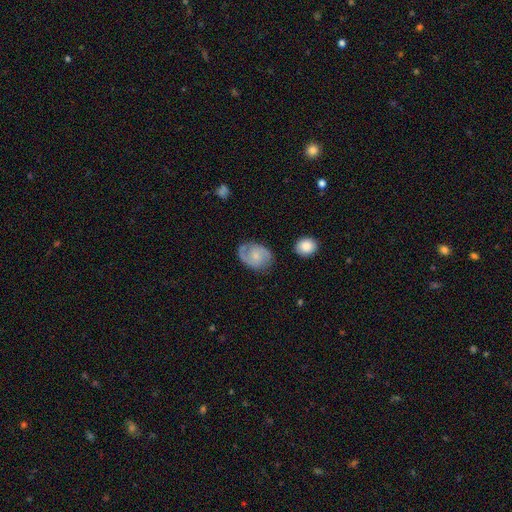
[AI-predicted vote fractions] featured or disk 69%, smooth 24%, star or artifact 6%. Down the decision tree: edge-on disk — no (97%); bar — no (59%); spiral arms — yes (93%); spiral arm count — 2 (81%); spiral winding — medium (50%); bulge size — small (53%); merging — none (71%).